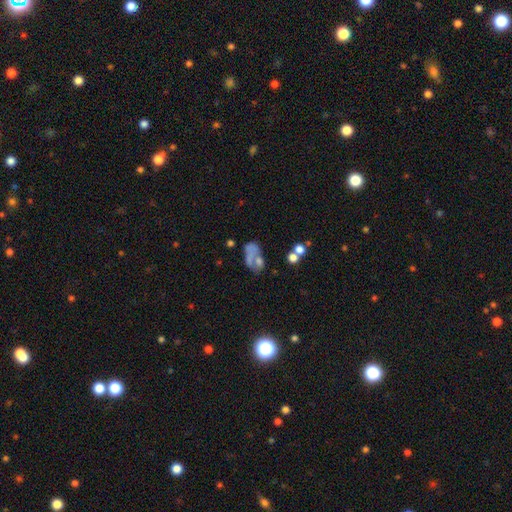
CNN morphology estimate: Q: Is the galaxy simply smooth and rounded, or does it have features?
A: featured or disk — 39%.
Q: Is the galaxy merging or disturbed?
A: none — 38%.